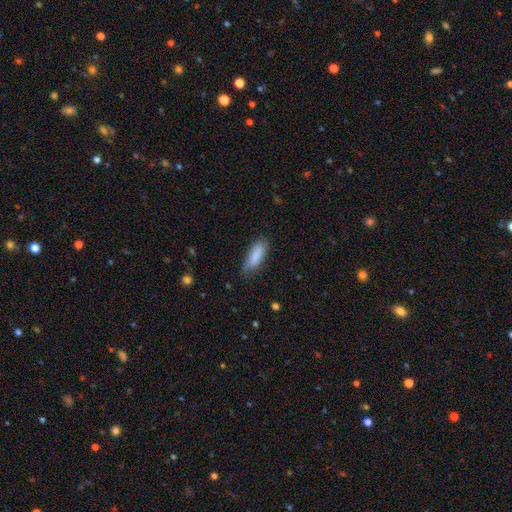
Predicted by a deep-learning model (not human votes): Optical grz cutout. It shows a smooth galaxy with no disk features (86%) that is in between round and cigar-shaped (64%). Merging: none (75%).